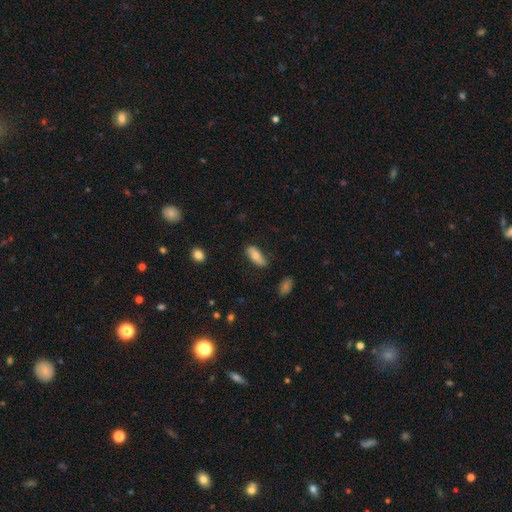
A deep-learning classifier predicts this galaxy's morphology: Smooth or featured: smooth — 70% (featured or disk — 23%)
How rounded: in between — 75% (cigar-shaped — 22%)
Merging: none — 75% (minor disturbance — 19%)